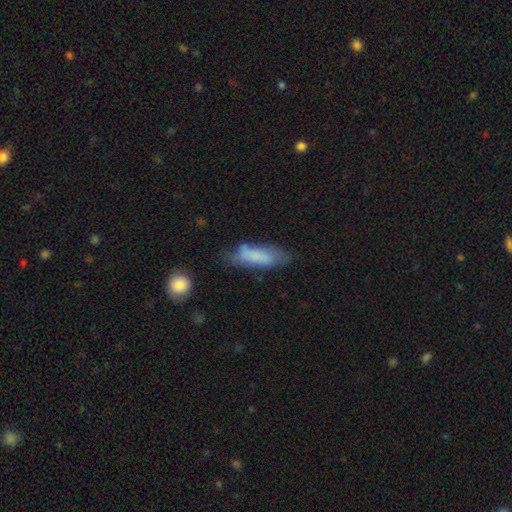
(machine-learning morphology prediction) The model was most divided on "how rounded": cigar-shaped: 50%, in between: 48%, round: 2%. More confident: smooth or featured — smooth (73%); merging — none (54%).